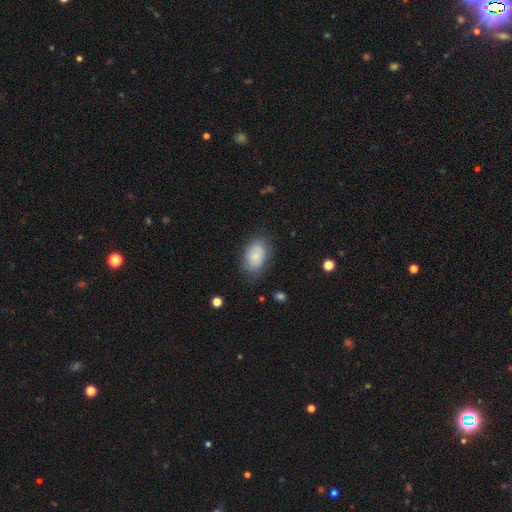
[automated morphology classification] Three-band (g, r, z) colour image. It shows a smooth galaxy with no disk features (78%) that is in between round and cigar-shaped (88%). Merging: none (74%).